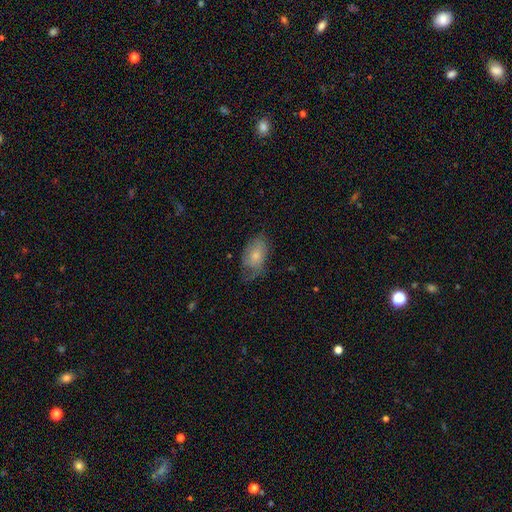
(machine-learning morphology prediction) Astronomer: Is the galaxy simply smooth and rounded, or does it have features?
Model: smooth — 63%.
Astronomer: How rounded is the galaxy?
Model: in between — 90%.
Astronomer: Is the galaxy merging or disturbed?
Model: none — 46% (runner-up: minor disturbance, 33%).